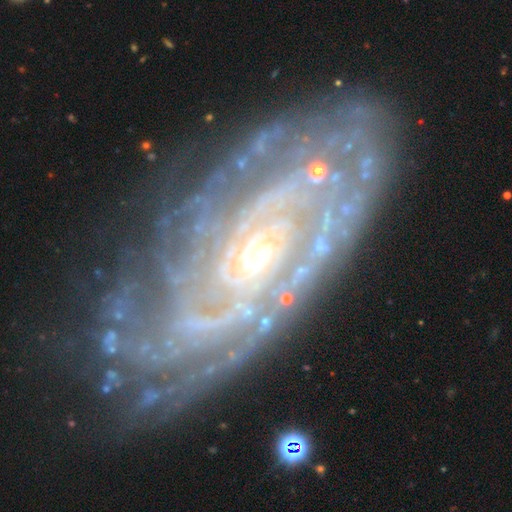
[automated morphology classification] Overall: featured or disk (89%). Edge-on disk: no (94%). Bar: no (65%). Spiral arms: yes (97%). Spiral arm count: can't tell (30%; more than 4 18%). Spiral winding: tight (78%). Bulge size: small (77%). Merging: none (76%).